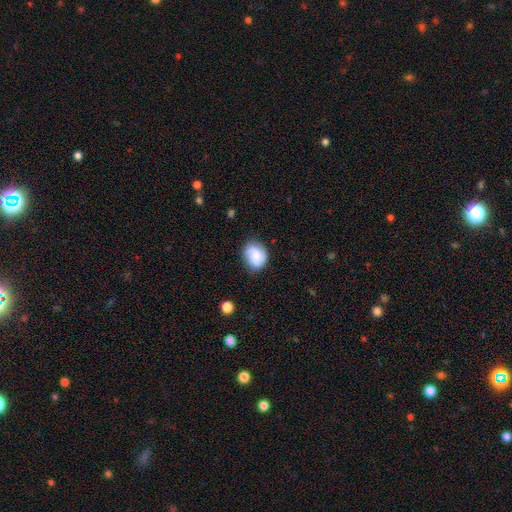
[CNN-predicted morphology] The model was most divided on "how rounded": in between: 53%, round: 46%, cigar-shaped: 1%. More confident: smooth or featured — smooth (78%); merging — none (72%).